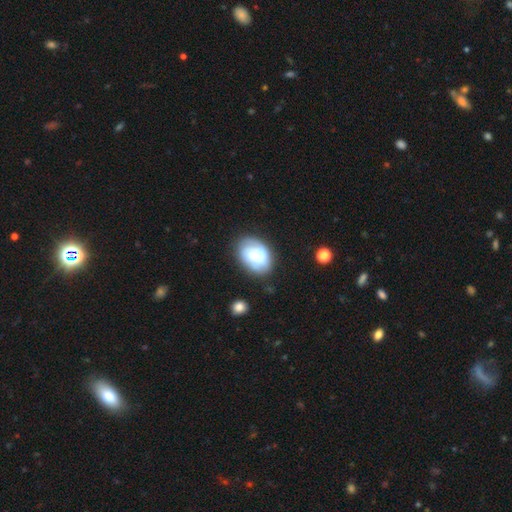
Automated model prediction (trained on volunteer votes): The model was most divided on "smooth or featured": smooth: 50%, featured or disk: 42%, star or artifact: 7%. More confident: how rounded — in between (78%); merging — none (72%).